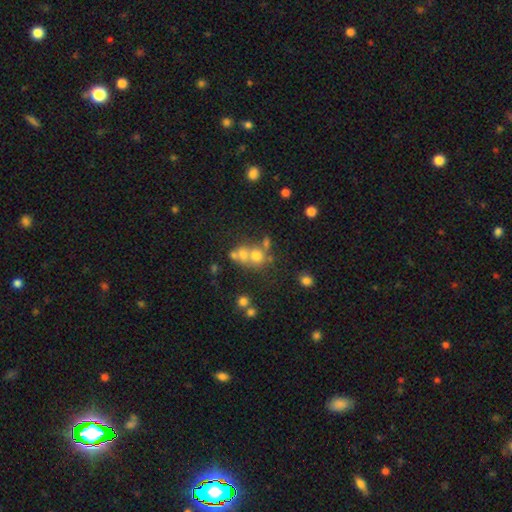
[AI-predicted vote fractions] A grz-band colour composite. It shows a smooth galaxy with no disk features (61%) that is round (76%). Merging: merger (49%).